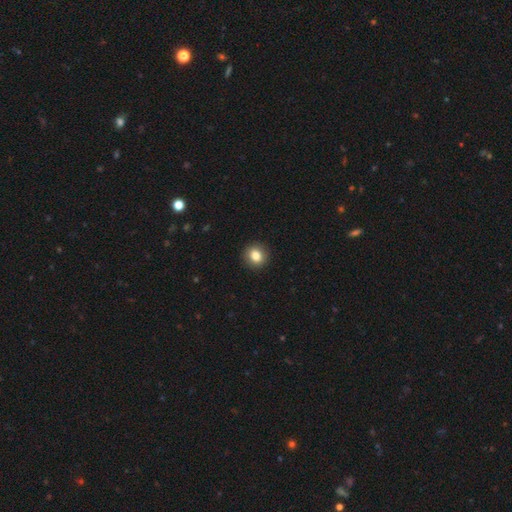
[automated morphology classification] The model was most divided on "smooth or featured": smooth: 83%, star or artifact: 10%, featured or disk: 8%. More confident: merging — none (92%); how rounded — round (86%).